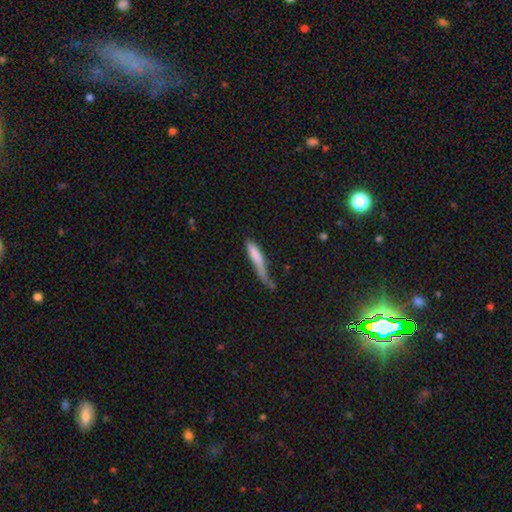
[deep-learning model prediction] Smooth or featured?
  - smooth: 73% *
  - featured or disk: 20%
  - star or artifact: 7%
How rounded?
  - cigar-shaped: 83% *
  - in between: 15%
  - round: 2%
Merging?
  - major disturbance: 31% *
  - minor disturbance: 30%
  - none: 29%
  - merger: 10%